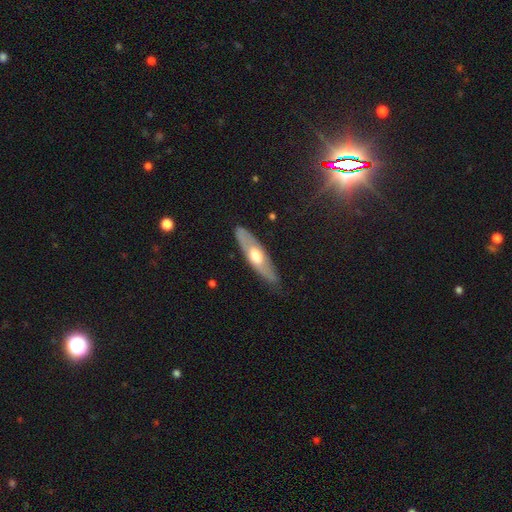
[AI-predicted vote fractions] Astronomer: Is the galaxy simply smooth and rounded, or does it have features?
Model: featured or disk — 54% (runner-up: smooth, 40%).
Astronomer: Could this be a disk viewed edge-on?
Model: yes — 58% (runner-up: no, 42%).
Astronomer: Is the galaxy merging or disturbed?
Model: none — 81%.